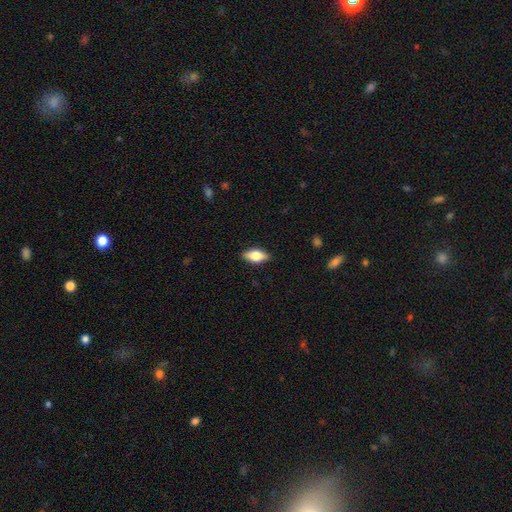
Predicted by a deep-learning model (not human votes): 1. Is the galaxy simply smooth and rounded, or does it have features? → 59% smooth, 34% featured or disk, 7% star or artifact.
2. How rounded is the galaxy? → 80% in between, 16% cigar-shaped, 4% round.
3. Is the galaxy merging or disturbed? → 87% none, 10% minor disturbance, 2% major disturbance, 1% merger.